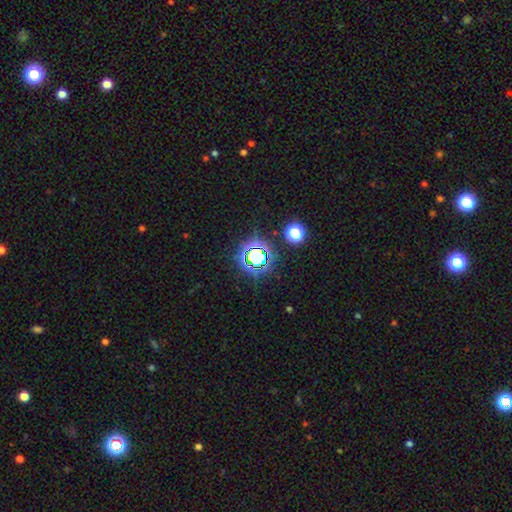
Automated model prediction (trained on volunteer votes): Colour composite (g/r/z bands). It shows a star or artifact, not a galaxy (68%).